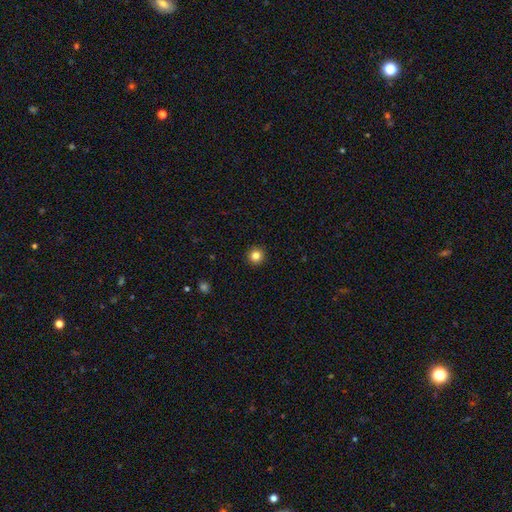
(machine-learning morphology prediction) Smooth or featured?
  - smooth: 83% *
  - star or artifact: 12%
  - featured or disk: 5%
How rounded?
  - round: 96% *
  - in between: 3%
  - cigar-shaped: 1%
Merging?
  - none: 94% *
  - minor disturbance: 4%
  - major disturbance: 1%
  - merger: 1%